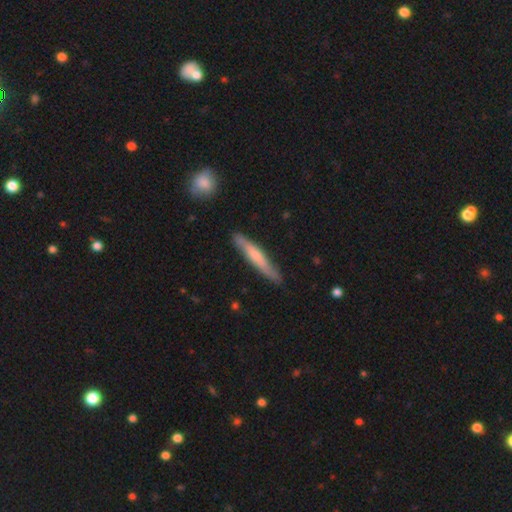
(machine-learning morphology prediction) Overall: smooth (55%; featured or disk 40%). How rounded: cigar-shaped (94%). Merging: none (83%).